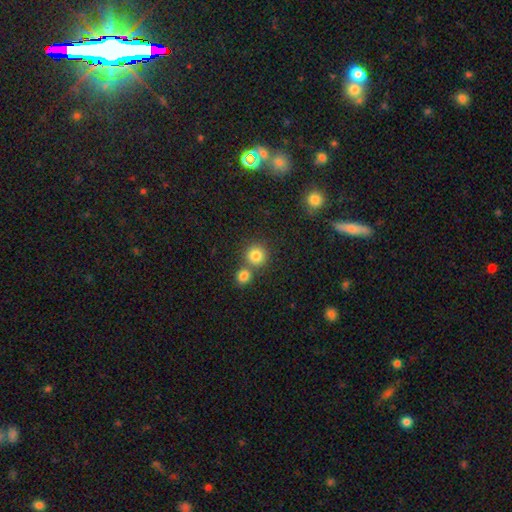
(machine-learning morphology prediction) Smooth or featured?
  - smooth: 82% *
  - star or artifact: 11%
  - featured or disk: 6%
How rounded?
  - round: 91% *
  - in between: 8%
  - cigar-shaped: 1%
Merging?
  - none: 64% *
  - merger: 27%
  - minor disturbance: 7%
  - major disturbance: 2%